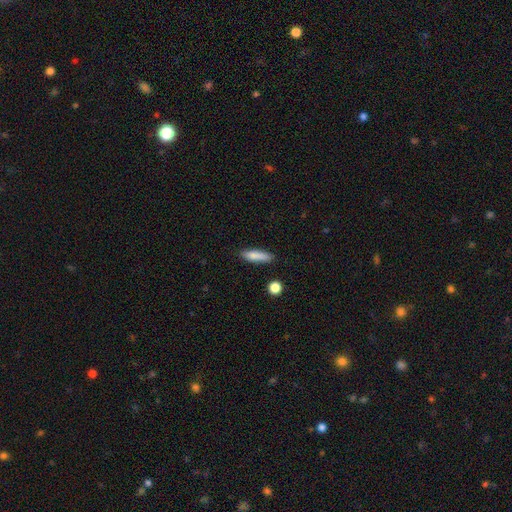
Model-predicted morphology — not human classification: A smooth galaxy with no disk features (83%) that is cigar-shaped (65%).

Vote fractions:
- Smooth or featured? smooth: 83% / featured or disk: 10% / star or artifact: 7%
- How rounded? cigar-shaped: 65% / in between: 33% / round: 2%
- Merging? none: 84% / minor disturbance: 11% / major disturbance: 2% / merger: 2%